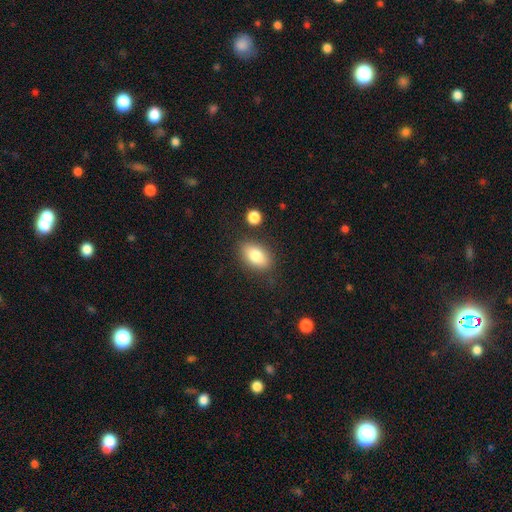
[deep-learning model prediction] Q: Smooth or featured?
A: smooth (82%); runner-up: featured or disk (11%)
Q: How rounded?
A: in between (89%); runner-up: round (7%)
Q: Merging?
A: none (82%); runner-up: minor disturbance (11%)